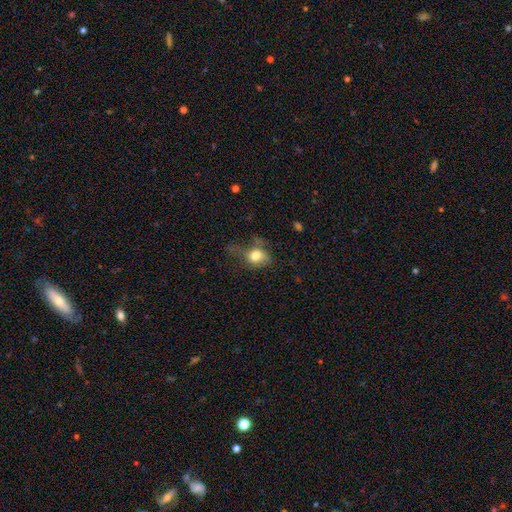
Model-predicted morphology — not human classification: Smooth or featured?
  - smooth: 74% *
  - featured or disk: 16%
  - star or artifact: 10%
How rounded?
  - in between: 51% *
  - round: 47%
  - cigar-shaped: 2%
Merging?
  - none: 35% *
  - major disturbance: 31%
  - minor disturbance: 30%
  - merger: 4%